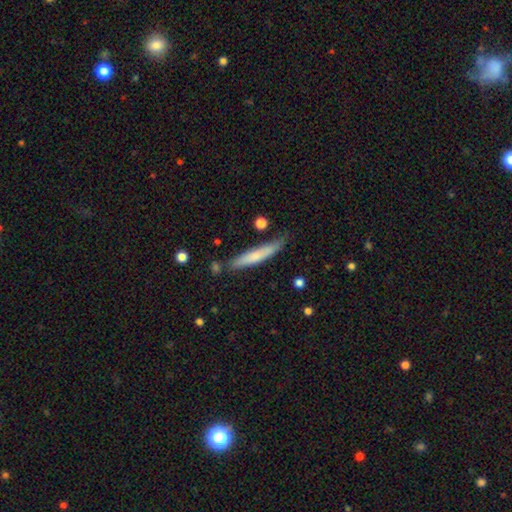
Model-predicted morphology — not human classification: Smooth or featured? Predicted: smooth (p=0.66). How rounded? Predicted: cigar-shaped (p=0.91). Merging? Predicted: none (p=0.71).